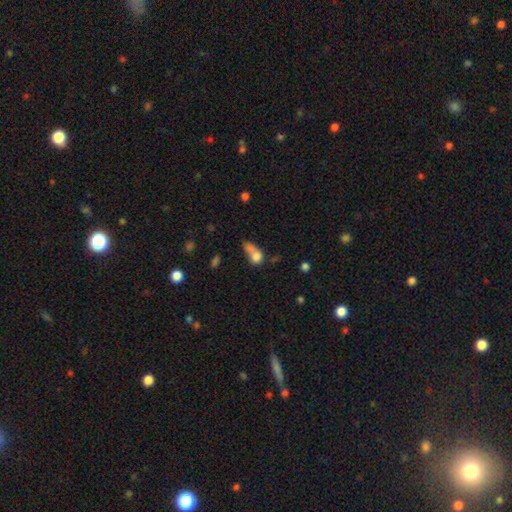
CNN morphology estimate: Q: Smooth or featured?
A: smooth (76%); runner-up: featured or disk (13%)
Q: How rounded?
A: round (51%); runner-up: in between (45%)
Q: Merging?
A: merger (49%); runner-up: none (23%)